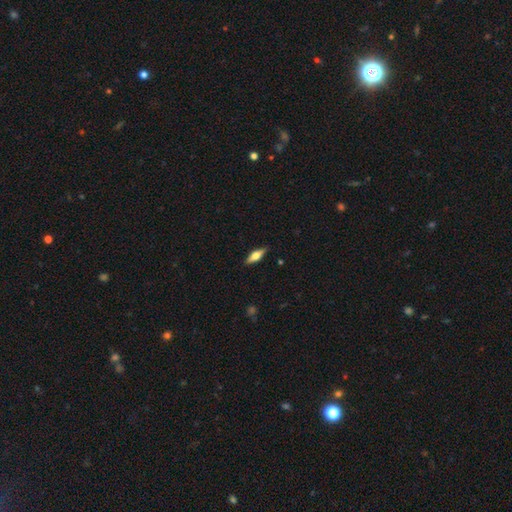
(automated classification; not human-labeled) Smooth or featured: featured or disk — 51% (smooth — 43%)
Edge-on disk: yes — 94% (no — 6%)
Merging: none — 89% (minor disturbance — 8%)